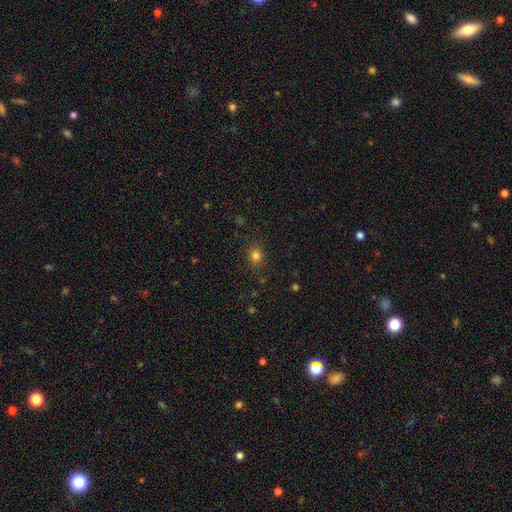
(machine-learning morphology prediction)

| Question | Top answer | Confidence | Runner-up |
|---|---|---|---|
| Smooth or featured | smooth | 80% | star or artifact (15%) |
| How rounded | round | 60% | in between (39%) |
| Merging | none | 85% | minor disturbance (10%) |